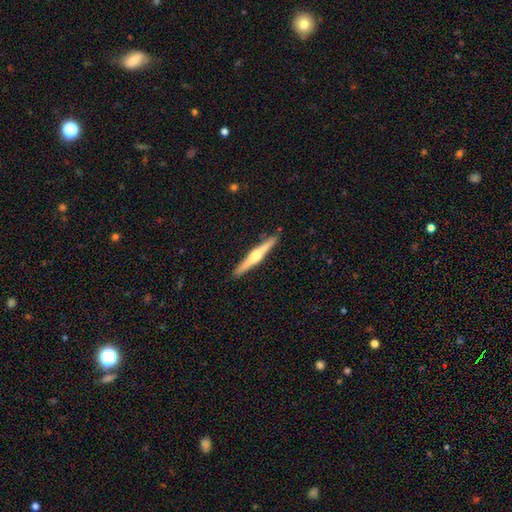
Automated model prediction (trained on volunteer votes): Q: Smooth or featured?
A: featured or disk (73%); runner-up: smooth (22%)
Q: Edge-on disk?
A: yes (98%); runner-up: no (2%)
Q: Edge-on bulge?
A: rounded (91%); runner-up: none (4%)
Q: Merging?
A: none (91%); runner-up: minor disturbance (7%)